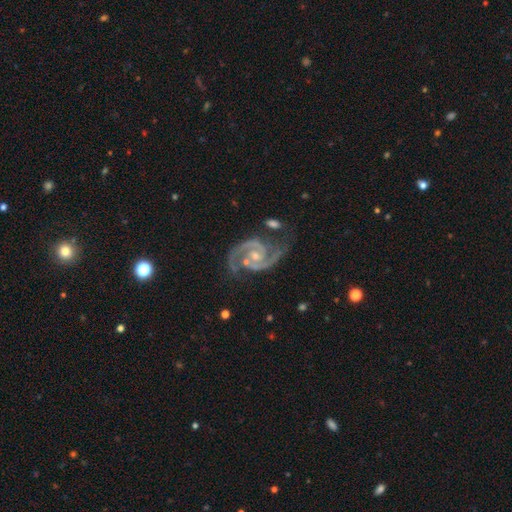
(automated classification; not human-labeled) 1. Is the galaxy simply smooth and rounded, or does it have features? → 94% featured or disk, 4% star or artifact, 2% smooth.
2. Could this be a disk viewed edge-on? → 98% no, 2% yes.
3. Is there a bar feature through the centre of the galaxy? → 56% no, 33% weak, 11% strong.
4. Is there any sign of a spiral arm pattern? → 99% yes, 1% no.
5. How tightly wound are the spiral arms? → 60% medium, 31% tight, 9% loose.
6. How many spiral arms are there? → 93% 2, 2% 3, 1% can't tell, 1% 1, 1% 4, 1% more than 4.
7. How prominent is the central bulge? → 57% small, 39% moderate, 3% none, 1% large, 1% dominant.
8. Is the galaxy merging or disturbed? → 68% none, 19% minor disturbance, 7% major disturbance, 5% merger.